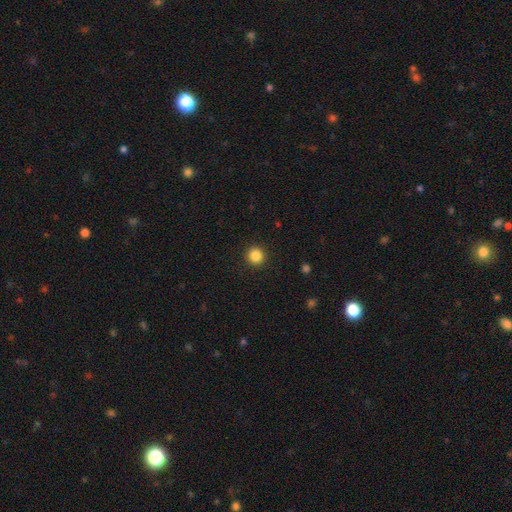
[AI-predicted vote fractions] Smooth or featured?
  - smooth: 85% *
  - star or artifact: 11%
  - featured or disk: 4%
How rounded?
  - round: 95% *
  - in between: 4%
  - cigar-shaped: 1%
Merging?
  - none: 93% *
  - minor disturbance: 5%
  - major disturbance: 2%
  - merger: 1%